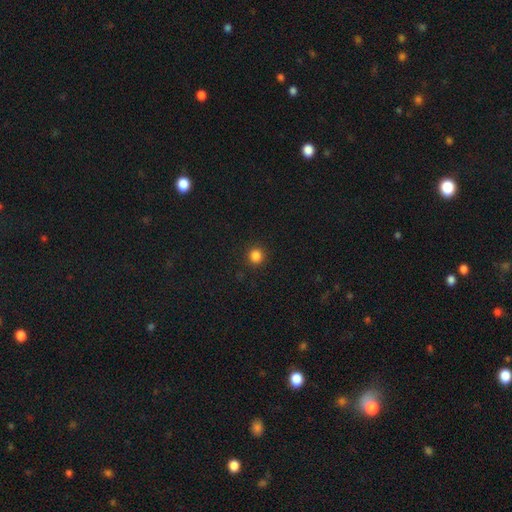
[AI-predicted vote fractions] Smooth or featured: smooth — 85% (star or artifact — 12%)
How rounded: round — 93% (in between — 6%)
Merging: none — 92% (minor disturbance — 5%)